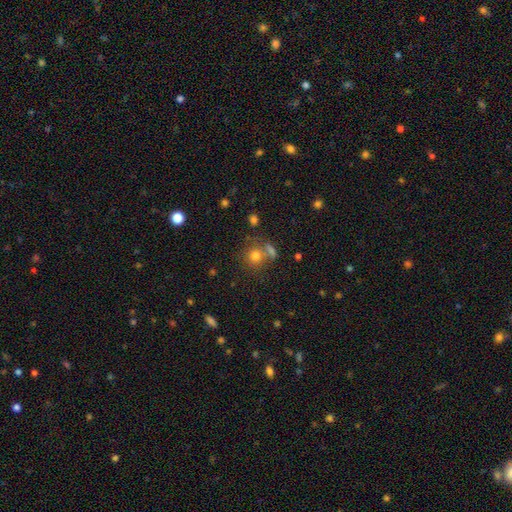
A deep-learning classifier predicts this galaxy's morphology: Overall: smooth (74%). How rounded: round (85%). Merging: none (60%; merger 25%).